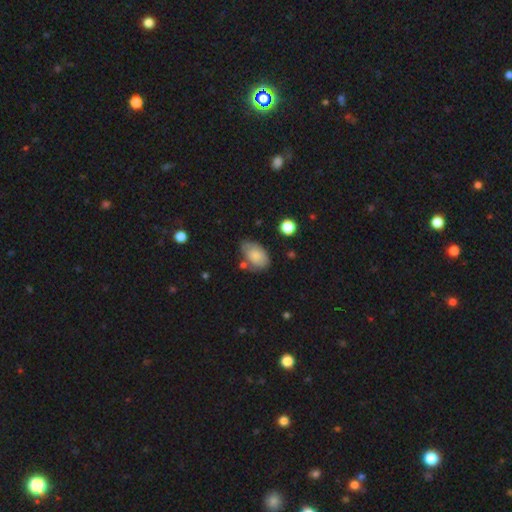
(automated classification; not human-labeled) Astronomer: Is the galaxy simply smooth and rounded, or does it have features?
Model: smooth — 79%.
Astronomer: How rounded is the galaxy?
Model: in between — 90%.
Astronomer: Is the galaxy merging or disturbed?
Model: none — 53% (runner-up: minor disturbance, 31%).